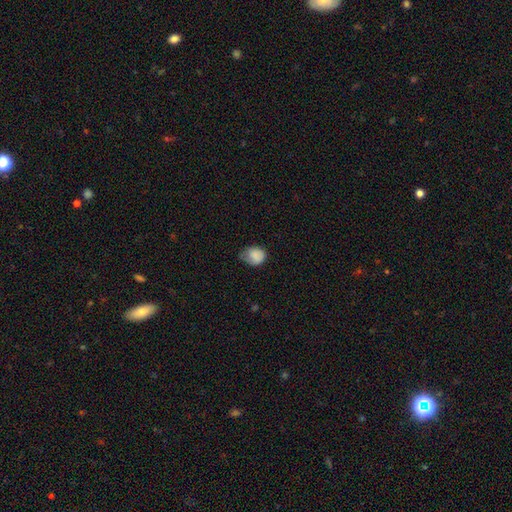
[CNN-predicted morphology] This appears to be a smooth galaxy with no disk features (83%) that is in between round and cigar-shaped (51%). Merging: none (43%).